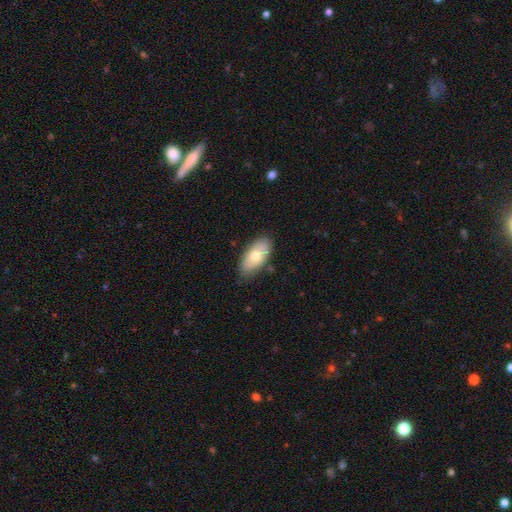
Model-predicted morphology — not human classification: This appears to be a smooth galaxy with no disk features (64%) that is in between round and cigar-shaped (92%). Merging: none (79%).